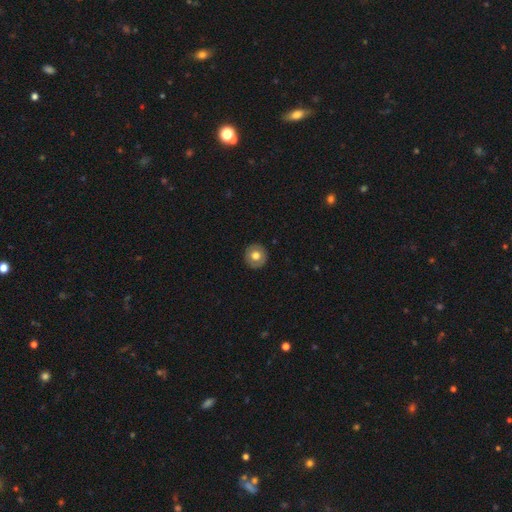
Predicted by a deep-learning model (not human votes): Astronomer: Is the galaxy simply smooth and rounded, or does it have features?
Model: smooth — 69%.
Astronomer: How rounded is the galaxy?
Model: round — 94%.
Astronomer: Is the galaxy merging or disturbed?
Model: none — 91%.